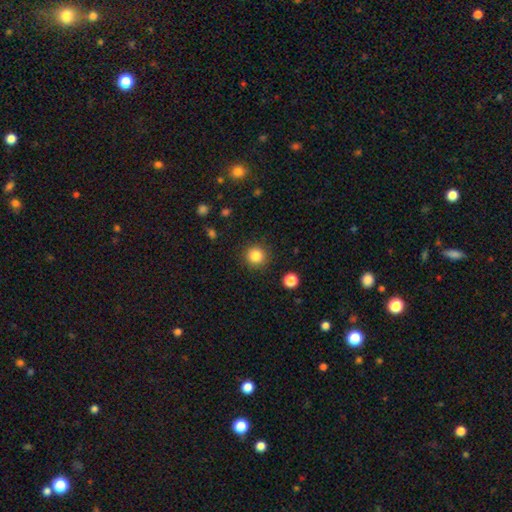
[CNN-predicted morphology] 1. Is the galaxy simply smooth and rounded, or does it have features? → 84% smooth, 11% star or artifact, 5% featured or disk.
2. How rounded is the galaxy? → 93% round, 6% in between, 1% cigar-shaped.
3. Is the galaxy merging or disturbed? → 90% none, 6% minor disturbance, 2% major disturbance, 1% merger.